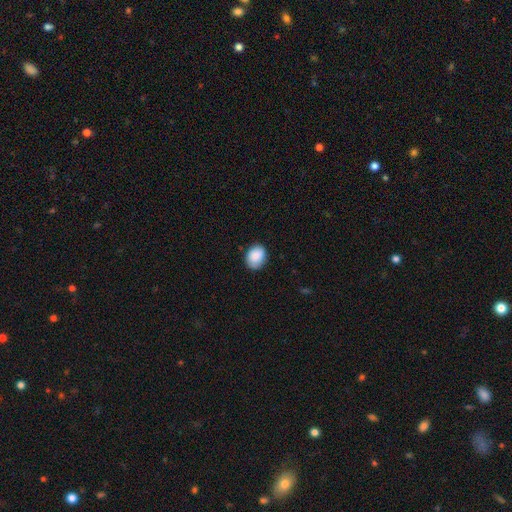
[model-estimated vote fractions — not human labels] Smooth or featured? smooth (88%)
How rounded? in between (61%)
Merging? none (81%)